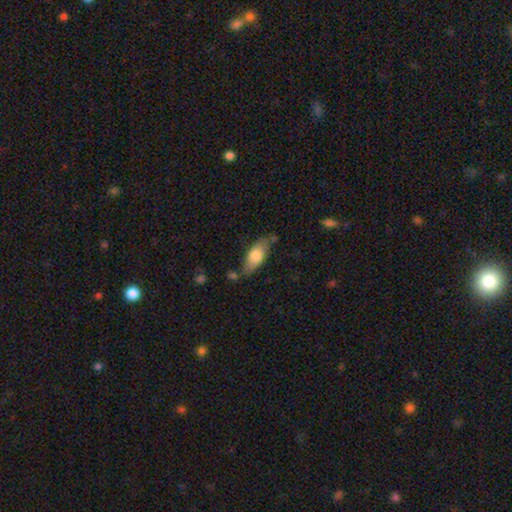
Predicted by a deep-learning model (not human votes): smooth-or-featured: smooth: 73% | featured or disk: 21% | star or artifact: 6%
  how-rounded: in between: 81% | cigar-shaped: 16% | round: 3%
  merging: none: 61% | minor disturbance: 24% | merger: 9% | major disturbance: 6%